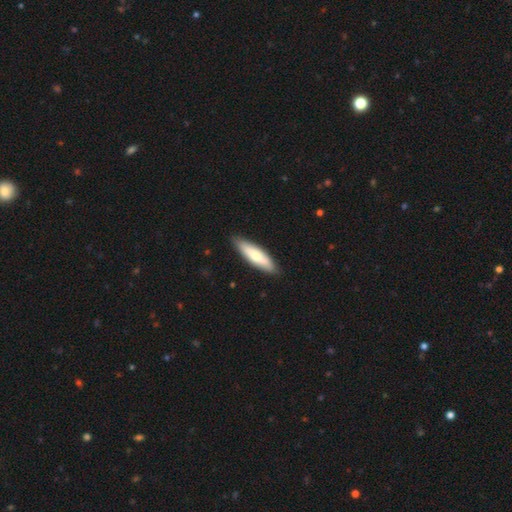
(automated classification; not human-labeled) Smooth or featured?
  - smooth: 64% *
  - featured or disk: 31%
  - star or artifact: 5%
How rounded?
  - cigar-shaped: 56% *
  - in between: 43%
  - round: 2%
Merging?
  - none: 87% *
  - minor disturbance: 10%
  - major disturbance: 2%
  - merger: 1%